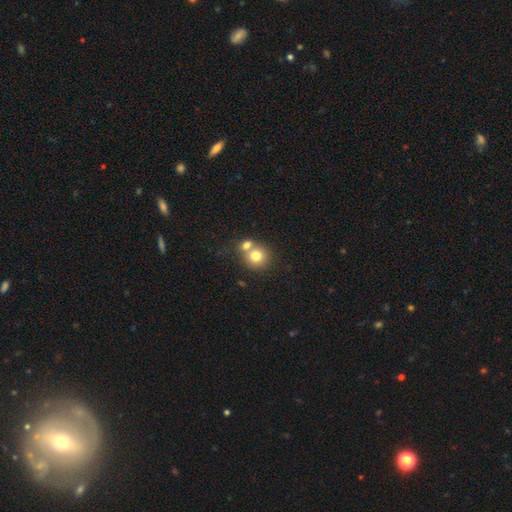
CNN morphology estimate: A smooth galaxy with no disk features (76%) that is round (86%).

Vote fractions:
- Smooth or featured? smooth: 76% / featured or disk: 14% / star or artifact: 11%
- How rounded? round: 86% / in between: 13% / cigar-shaped: 1%
- Merging? merger: 45% (tied) / none: 45% (tied) / minor disturbance: 7% / major disturbance: 3%